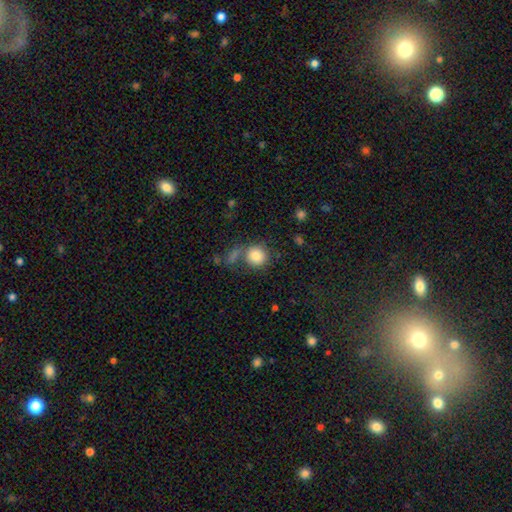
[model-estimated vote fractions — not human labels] Smooth or featured? Predicted: smooth (p=0.83). How rounded? Predicted: round (p=0.86). Merging? Predicted: none (p=0.61).